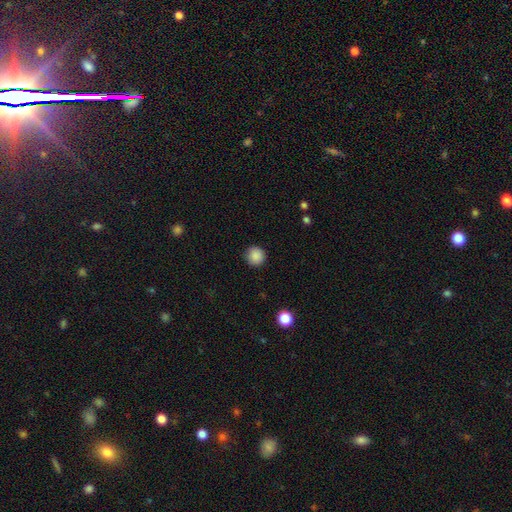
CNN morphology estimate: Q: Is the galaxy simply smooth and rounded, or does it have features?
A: smooth — 88%.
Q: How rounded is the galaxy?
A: round — 94%.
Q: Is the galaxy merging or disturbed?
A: none — 89%.